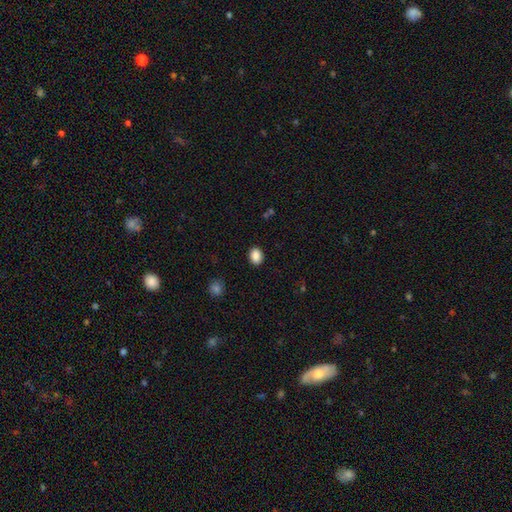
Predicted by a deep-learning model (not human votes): Smooth or featured: smooth — 88% (star or artifact — 9%)
How rounded: in between — 60% (round — 39%)
Merging: none — 89% (minor disturbance — 8%)